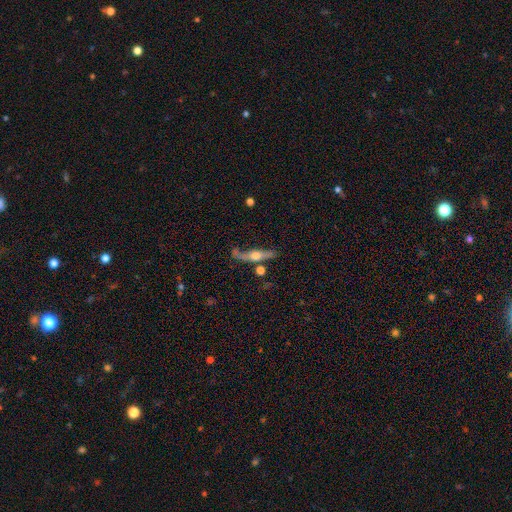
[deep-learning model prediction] featured or disk 64%, smooth 29%, star or artifact 7%. Down the decision tree: edge-on disk — yes (81%); edge-on bulge — rounded (92%); merging — none (58%).